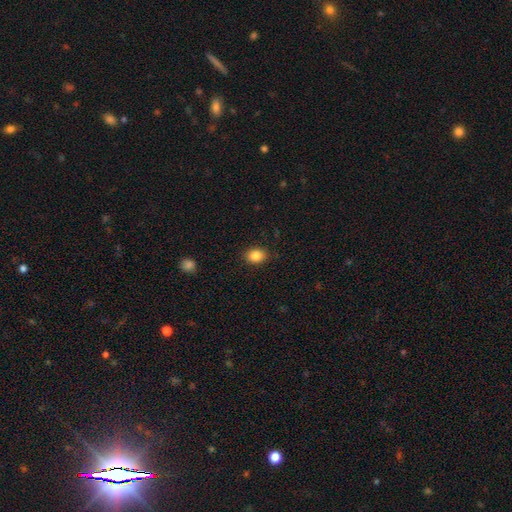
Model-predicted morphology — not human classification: smooth_or_featured: smooth (p=0.85) [alt: star or artifact p=0.10]
how_rounded: in between (p=0.56) [alt: round p=0.43]
merging: none (p=0.88) [alt: minor disturbance p=0.09]